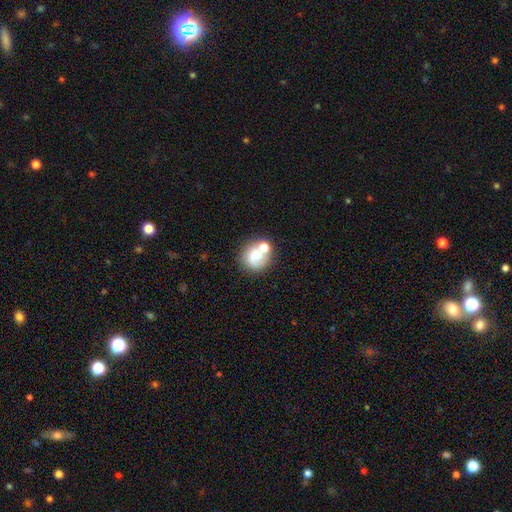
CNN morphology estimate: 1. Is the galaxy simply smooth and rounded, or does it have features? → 66% smooth, 22% featured or disk, 12% star or artifact.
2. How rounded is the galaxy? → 75% round, 24% in between, 1% cigar-shaped.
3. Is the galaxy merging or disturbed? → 45% none, 31% merger, 15% minor disturbance, 9% major disturbance.